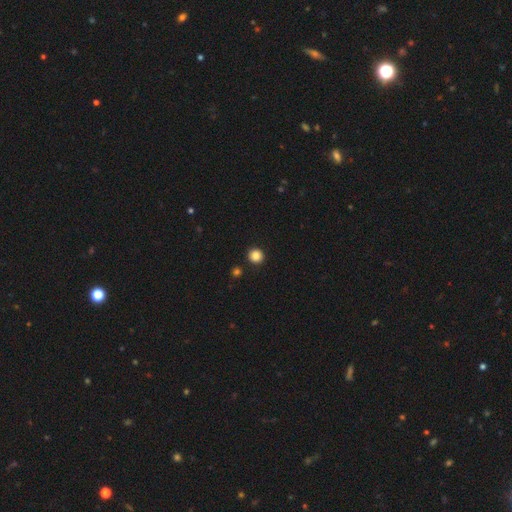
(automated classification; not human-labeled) This appears to be a smooth galaxy with no disk features (85%) that is round (94%). Merging: none (92%).